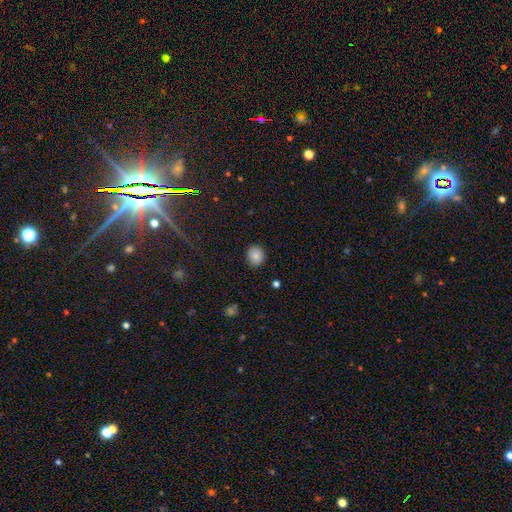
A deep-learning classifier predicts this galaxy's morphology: This appears to be a smooth galaxy with no disk features (86%) that is round (68%). Merging: none (88%).